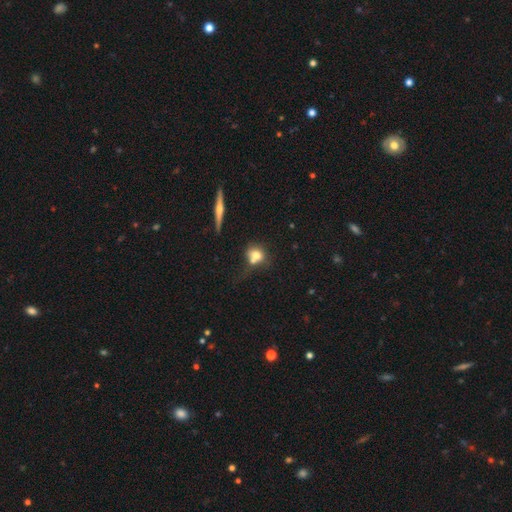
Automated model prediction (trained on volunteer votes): Smooth or featured? Predicted: smooth (p=0.69). How rounded? Predicted: round (p=0.67). Merging? Predicted: none (p=0.41).